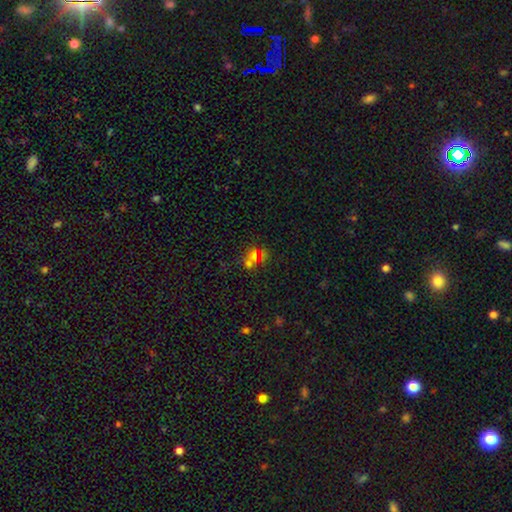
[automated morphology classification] smooth 45%, star or artifact 41%, featured or disk 14%. Down the decision tree: merging — none (52%).